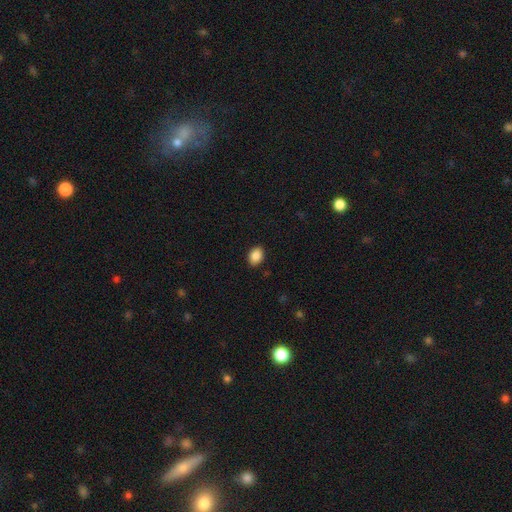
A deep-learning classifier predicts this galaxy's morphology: A smooth galaxy with no disk features (89%) that is in between round and cigar-shaped (70%). Merging: none (90%).